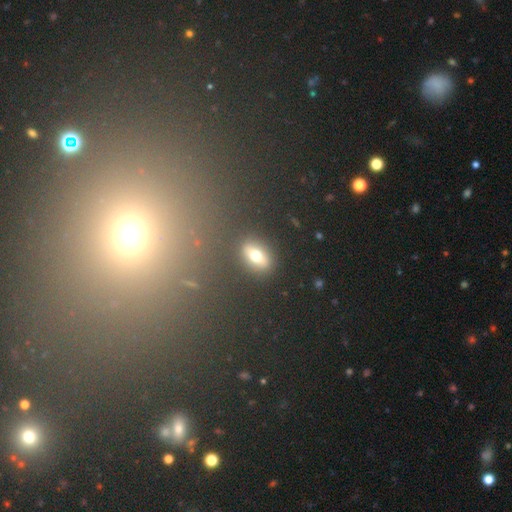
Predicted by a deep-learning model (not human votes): Smooth or featured? Predicted: smooth (p=0.61). How rounded? Predicted: in between (p=0.70). Merging? Predicted: none (p=0.86).